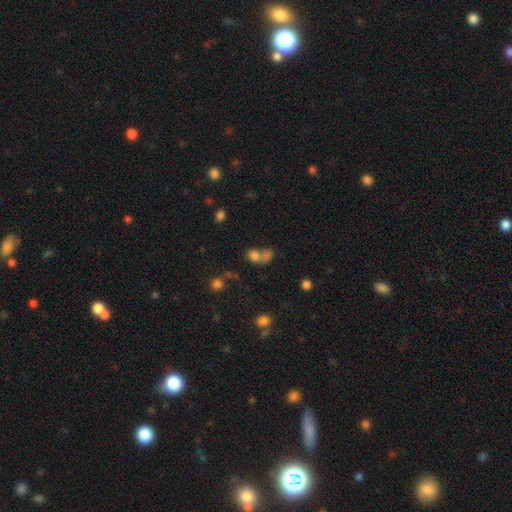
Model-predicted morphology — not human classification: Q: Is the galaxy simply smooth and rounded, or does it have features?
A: smooth — 71%.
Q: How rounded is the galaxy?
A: in between — 49%, tied with round.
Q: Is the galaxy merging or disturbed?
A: merger — 59%.